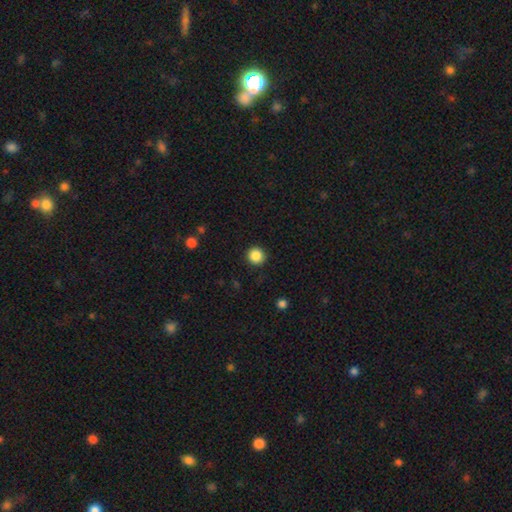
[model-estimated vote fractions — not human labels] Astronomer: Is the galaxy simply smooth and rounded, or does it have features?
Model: smooth — 87%.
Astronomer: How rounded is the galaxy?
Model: round — 94%.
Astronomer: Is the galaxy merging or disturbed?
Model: none — 92%.